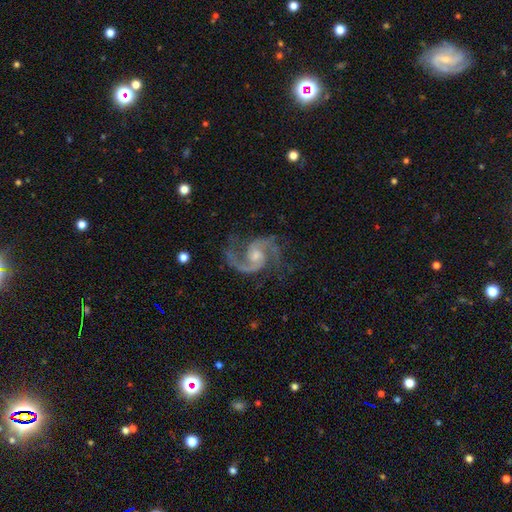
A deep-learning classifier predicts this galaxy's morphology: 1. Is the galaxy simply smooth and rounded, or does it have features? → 93% featured or disk, 4% star or artifact, 3% smooth.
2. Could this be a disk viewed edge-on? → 98% no, 2% yes.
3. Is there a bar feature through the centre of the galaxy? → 56% no, 36% weak, 7% strong.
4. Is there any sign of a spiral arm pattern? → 98% yes, 2% no.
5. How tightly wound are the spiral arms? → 64% medium, 21% loose, 15% tight.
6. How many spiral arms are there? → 92% 2, 3% 3, 2% can't tell, 2% 1, 1% 4, 1% more than 4.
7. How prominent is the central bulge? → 50% moderate, 38% small, 6% none, 5% large, 1% dominant.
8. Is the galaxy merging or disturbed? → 74% none, 16% minor disturbance, 8% major disturbance, 2% merger.